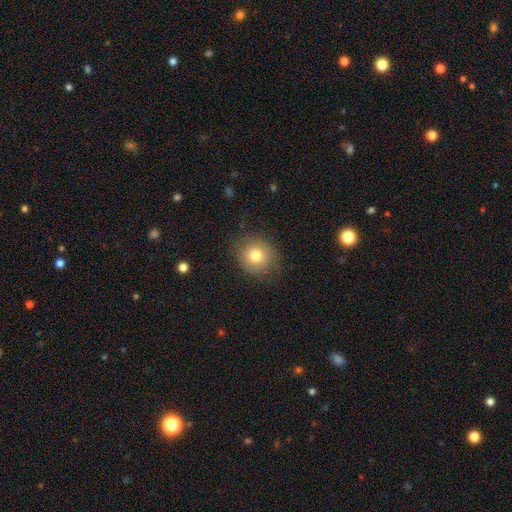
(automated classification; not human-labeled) Smooth or featured: smooth — 78% (featured or disk — 12%)
How rounded: round — 80% (in between — 19%)
Merging: none — 80% (minor disturbance — 14%)